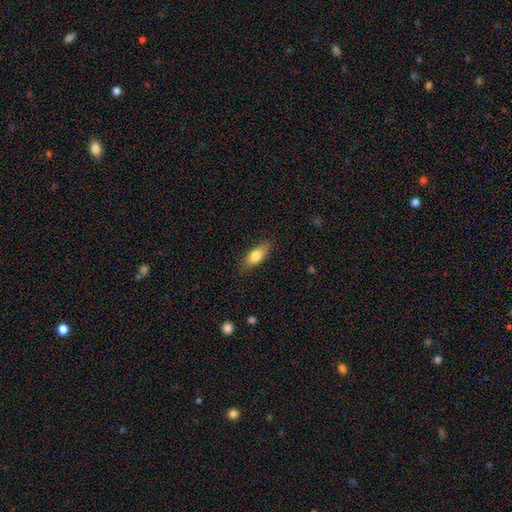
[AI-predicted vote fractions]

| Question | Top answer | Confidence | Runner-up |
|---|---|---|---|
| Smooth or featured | smooth | 78% | featured or disk (16%) |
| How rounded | in between | 76% | cigar-shaped (21%) |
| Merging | none | 82% | minor disturbance (14%) |